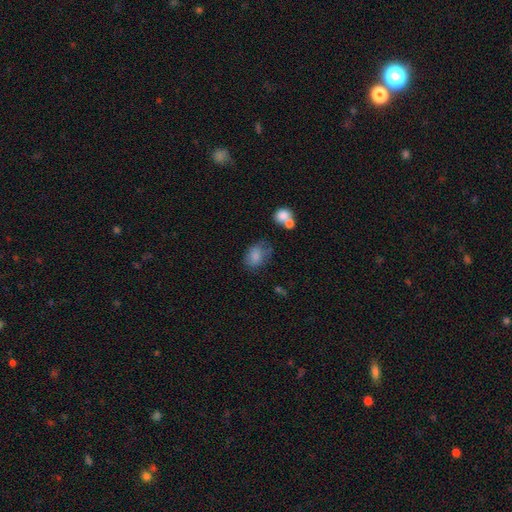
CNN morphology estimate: A smooth galaxy with no disk features (79%) that is in between round and cigar-shaped (69%). Merging: none (50%).